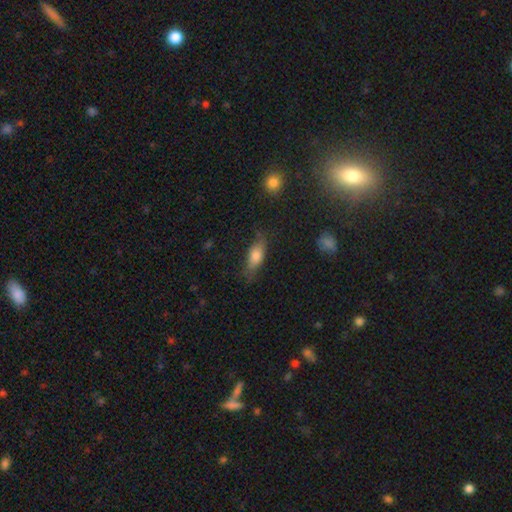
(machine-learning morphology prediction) Overall: smooth (73%). How rounded: in between (68%). Merging: none (70%).